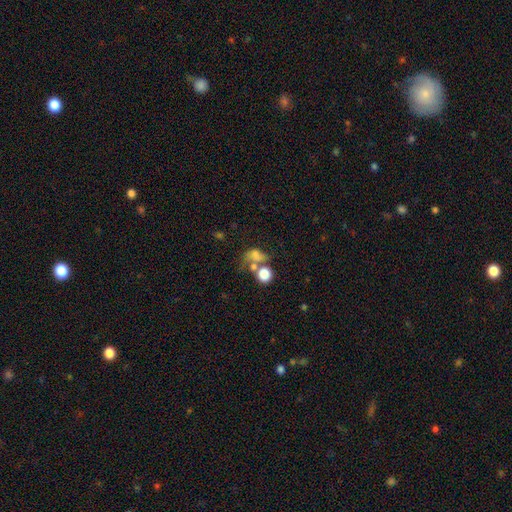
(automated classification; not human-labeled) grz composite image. It shows a smooth galaxy with no disk features (66%) that is in between round and cigar-shaped (56%). Merging: merger (43%).